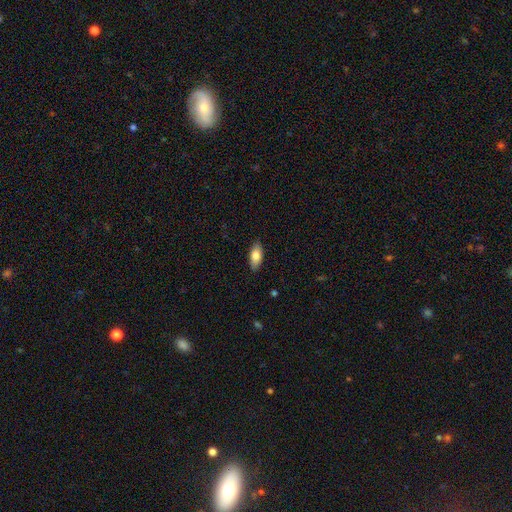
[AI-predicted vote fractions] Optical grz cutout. It shows a smooth galaxy with no disk features (79%) that is in between round and cigar-shaped (86%). Merging: none (88%).